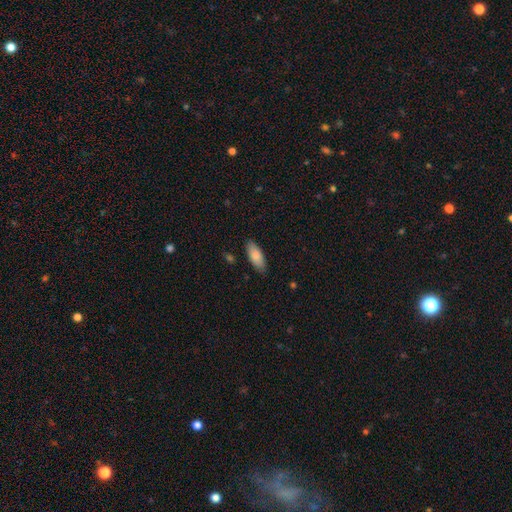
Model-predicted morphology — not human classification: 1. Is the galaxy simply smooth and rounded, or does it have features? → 85% smooth, 9% featured or disk, 6% star or artifact.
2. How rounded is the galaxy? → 79% in between, 19% cigar-shaped, 2% round.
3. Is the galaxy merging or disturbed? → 85% none, 11% minor disturbance, 2% major disturbance, 1% merger.